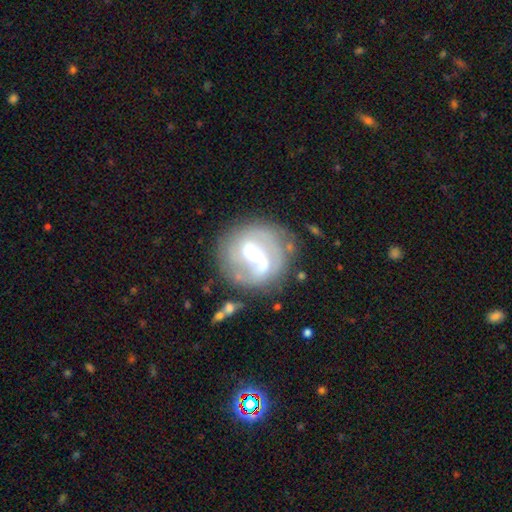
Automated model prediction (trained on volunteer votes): Q: Smooth or featured?
A: featured or disk (77%); runner-up: smooth (16%)
Q: Edge-on disk?
A: no (97%); runner-up: yes (3%)
Q: Bar?
A: weak (45%); runner-up: no (28%)
Q: Spiral arms?
A: yes (83%); runner-up: no (17%)
Q: Spiral winding?
A: medium (41%); runner-up: tight (35%)
Q: Spiral arm count?
A: 2 (75%); runner-up: can't tell (12%)
Q: Bulge size?
A: moderate (69%); runner-up: small (17%)
Q: Merging?
A: none (74%); runner-up: minor disturbance (14%)